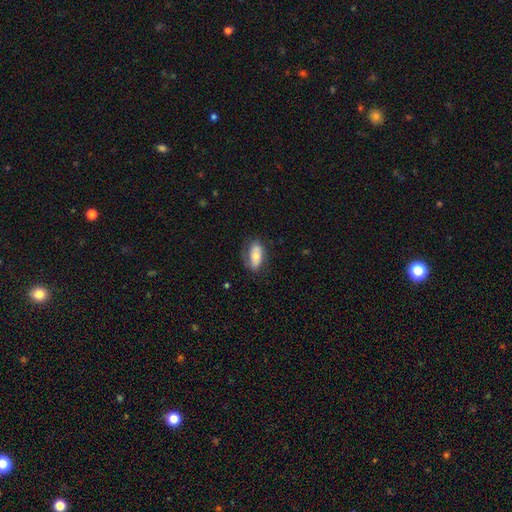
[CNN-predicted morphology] Smooth or featured? Predicted: smooth (p=0.56). How rounded? Predicted: in between (p=0.87). Merging? Predicted: none (p=0.67).